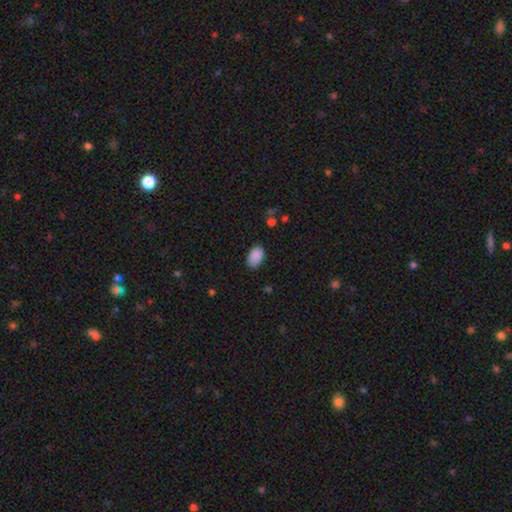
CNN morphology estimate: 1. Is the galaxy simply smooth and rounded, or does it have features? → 89% smooth, 8% star or artifact, 4% featured or disk.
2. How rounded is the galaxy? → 91% in between, 8% round, 1% cigar-shaped.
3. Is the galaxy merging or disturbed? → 81% none, 14% minor disturbance, 3% major disturbance, 1% merger.